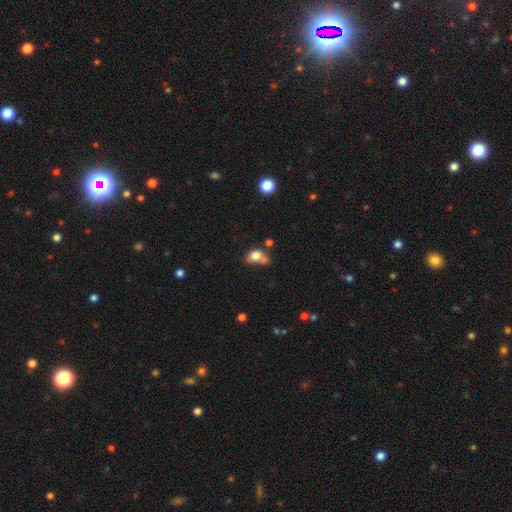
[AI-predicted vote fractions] Smooth or featured? smooth (75%)
How rounded? in between (62%)
Merging? merger (40%)